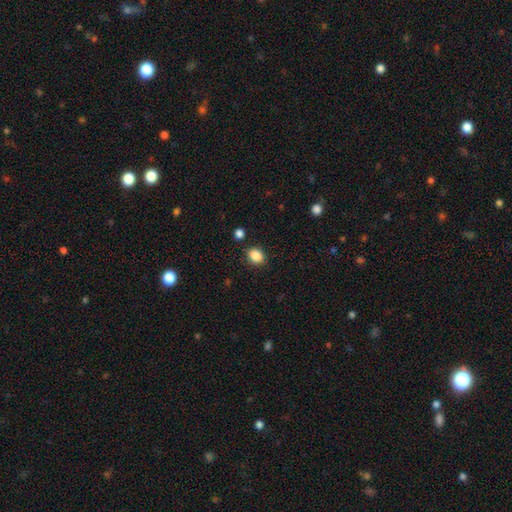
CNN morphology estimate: smooth 86%, star or artifact 10%, featured or disk 4%. Down the decision tree: how rounded — round (51%); merging — none (85%).